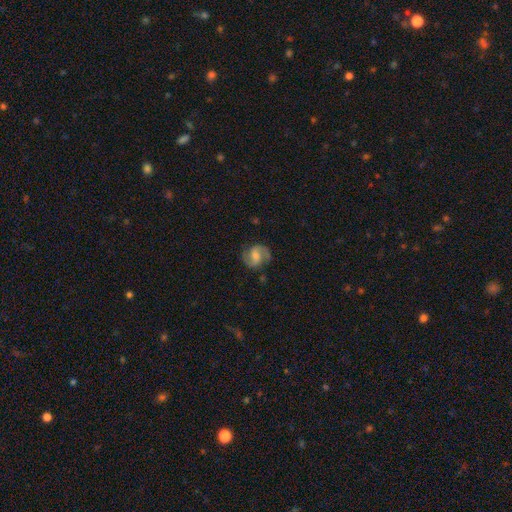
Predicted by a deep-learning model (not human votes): Q: Smooth or featured?
A: featured or disk (76%); runner-up: smooth (17%)
Q: Edge-on disk?
A: no (98%); runner-up: yes (2%)
Q: Bar?
A: weak (49%); runner-up: no (31%)
Q: Spiral arms?
A: yes (95%); runner-up: no (5%)
Q: Spiral winding?
A: medium (54%); runner-up: loose (24%)
Q: Spiral arm count?
A: 2 (90%); runner-up: can't tell (4%)
Q: Bulge size?
A: moderate (36%); runner-up: small (31%)
Q: Merging?
A: none (76%); runner-up: minor disturbance (16%)